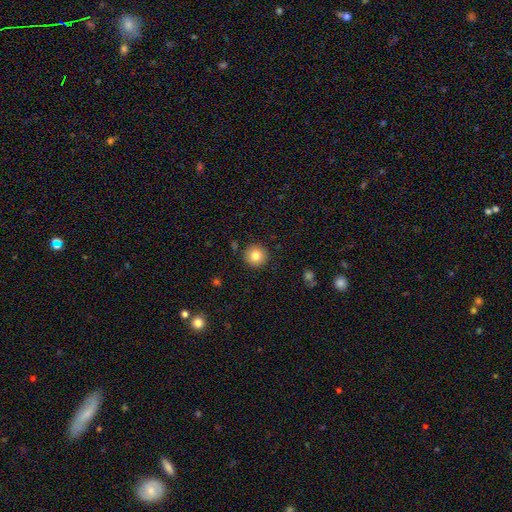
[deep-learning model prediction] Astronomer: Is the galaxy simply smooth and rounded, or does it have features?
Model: smooth — 81%.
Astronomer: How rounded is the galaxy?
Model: round — 95%.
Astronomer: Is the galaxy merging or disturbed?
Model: none — 91%.